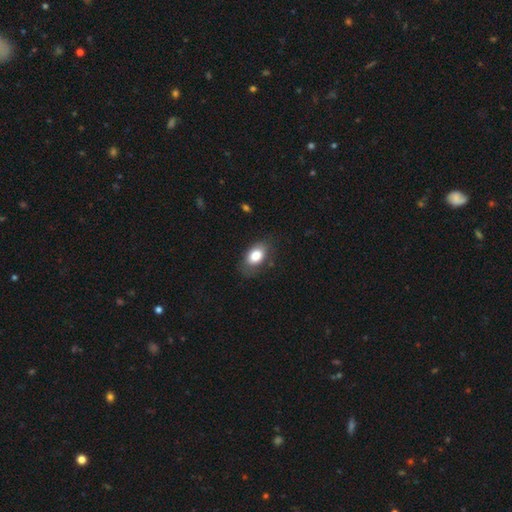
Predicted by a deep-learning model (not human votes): Overall: smooth (81%). How rounded: in between (87%). Merging: none (73%).